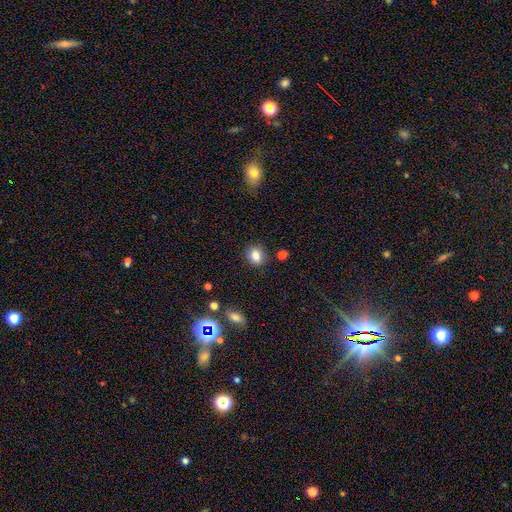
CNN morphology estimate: A smooth galaxy with no disk features (84%) that is round (56%).

Vote fractions:
- Smooth or featured? smooth: 84% / star or artifact: 10% / featured or disk: 6%
- How rounded? round: 56% / in between: 43% / cigar-shaped: 1%
- Merging? none: 84% / minor disturbance: 10% / merger: 3% / major disturbance: 3%